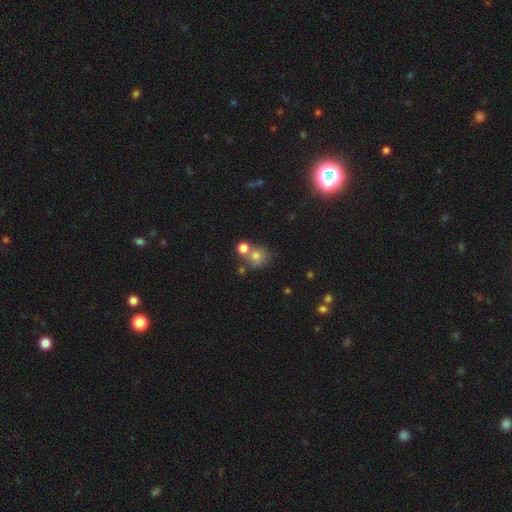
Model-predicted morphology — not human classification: A smooth galaxy with no disk features (74%) that is round (80%). Merging: none (46%).